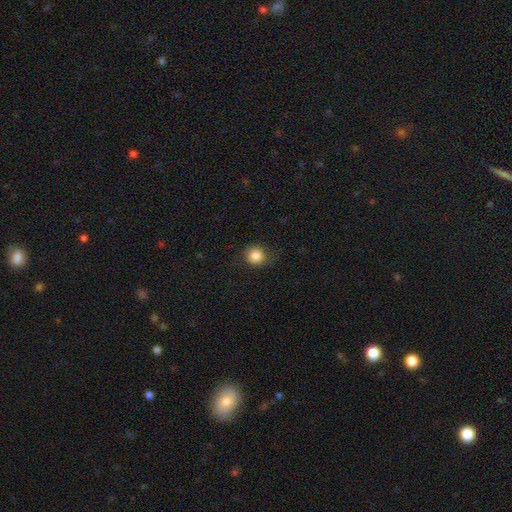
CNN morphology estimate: Smooth or featured: smooth — 84% (star or artifact — 11%)
How rounded: round — 89% (in between — 10%)
Merging: none — 79% (minor disturbance — 15%)